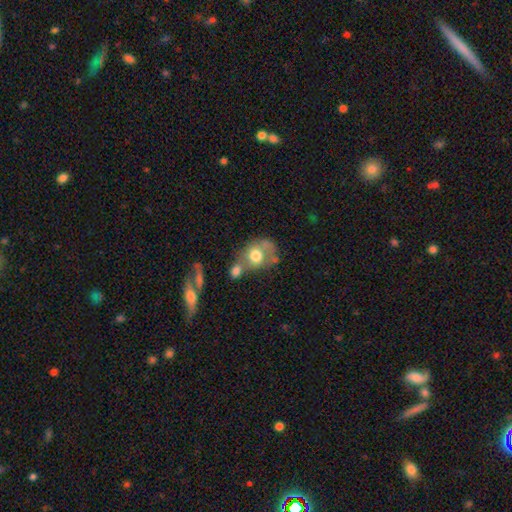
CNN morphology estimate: Q: Smooth or featured?
A: smooth (63%); runner-up: featured or disk (27%)
Q: How rounded?
A: round (57%); runner-up: in between (41%)
Q: Merging?
A: merger (46%); runner-up: none (27%)